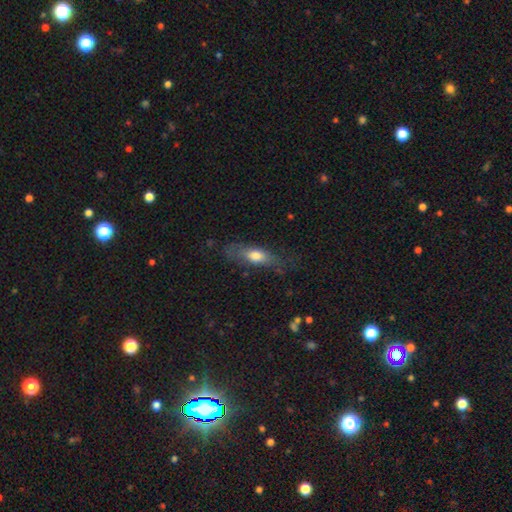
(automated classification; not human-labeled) This is likely a smooth galaxy (64%). How rounded: possibly in between (55%). Merging: likely none (65%).